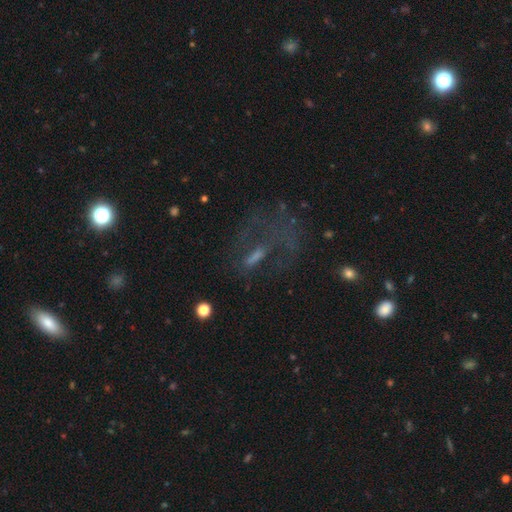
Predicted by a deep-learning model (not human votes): Morphology: type=featured or disk (45%); merging=major disturbance (42%).